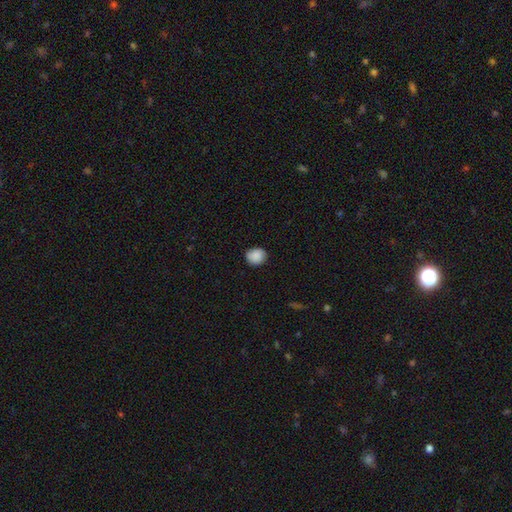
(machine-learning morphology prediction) Smooth or featured: smooth — 89% (star or artifact — 8%)
How rounded: round — 70% (in between — 29%)
Merging: none — 85% (minor disturbance — 12%)